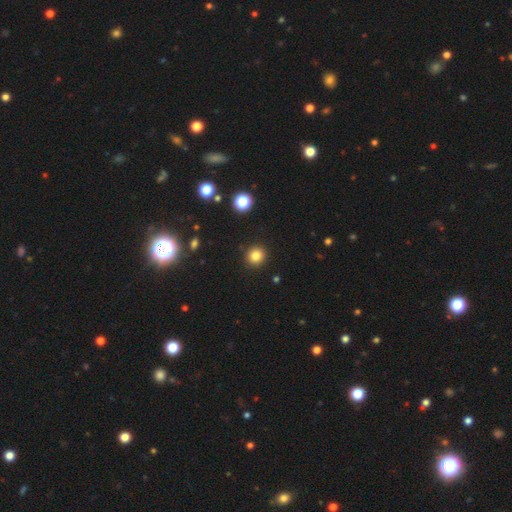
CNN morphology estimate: The model was most divided on "smooth or featured": smooth: 83%, star or artifact: 13%, featured or disk: 5%. More confident: merging — none (92%); how rounded — round (91%).